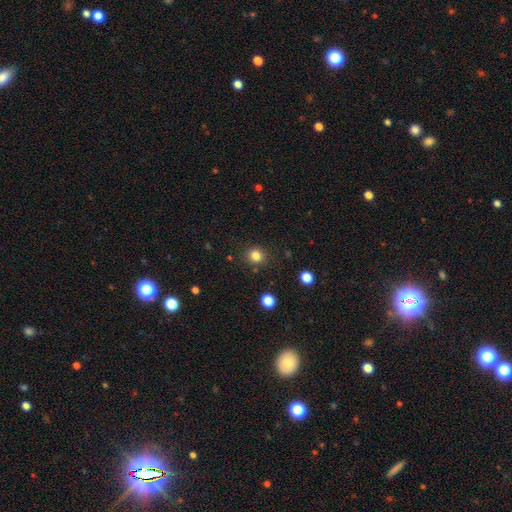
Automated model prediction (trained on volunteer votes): Smooth or featured: smooth — 82% (star or artifact — 13%)
How rounded: round — 83% (in between — 16%)
Merging: none — 86% (minor disturbance — 8%)